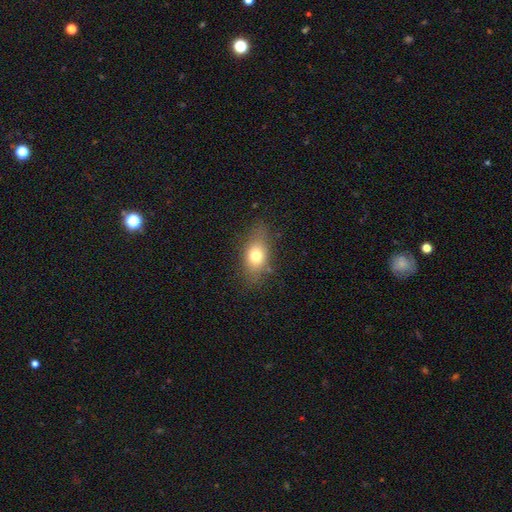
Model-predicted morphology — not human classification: smooth_or_featured: smooth (p=0.74) [alt: featured or disk p=0.16]
how_rounded: in between (p=0.76) [alt: round p=0.17]
merging: none (p=0.74) [alt: minor disturbance p=0.18]